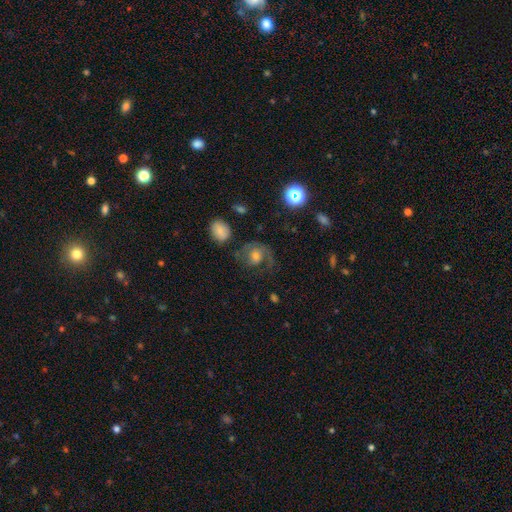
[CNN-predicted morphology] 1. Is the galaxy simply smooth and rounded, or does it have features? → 55% featured or disk, 33% smooth, 12% star or artifact.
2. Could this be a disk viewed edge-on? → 97% no, 3% yes.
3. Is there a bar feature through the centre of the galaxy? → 73% no, 22% weak, 5% strong.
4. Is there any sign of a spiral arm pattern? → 79% yes, 21% no.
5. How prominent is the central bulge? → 51% moderate, 35% small, 8% large, 4% none, 2% dominant.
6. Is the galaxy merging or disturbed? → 45% none, 33% major disturbance, 19% minor disturbance, 3% merger.